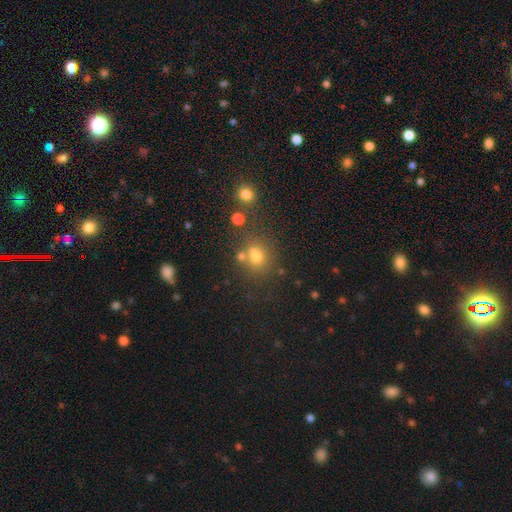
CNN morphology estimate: smooth-or-featured: smooth: 69% | star or artifact: 21% | featured or disk: 10%
  how-rounded: round: 66% | in between: 33% | cigar-shaped: 1%
  merging: none: 62% | merger: 21% | minor disturbance: 12% | major disturbance: 5%